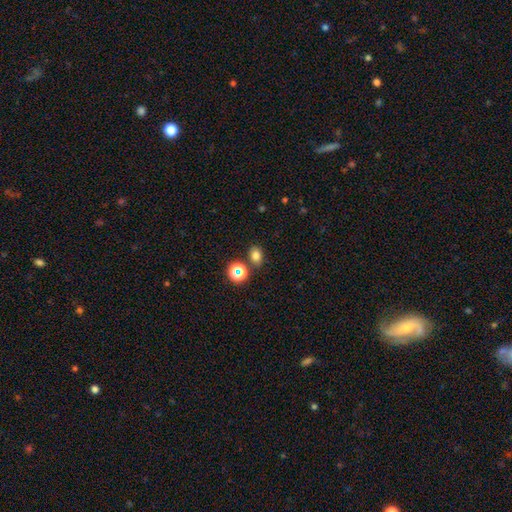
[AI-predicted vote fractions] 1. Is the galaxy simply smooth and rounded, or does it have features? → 74% smooth, 20% star or artifact, 7% featured or disk.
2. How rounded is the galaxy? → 62% in between, 37% round, 1% cigar-shaped.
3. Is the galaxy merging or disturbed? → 78% none, 10% minor disturbance, 8% merger, 3% major disturbance.